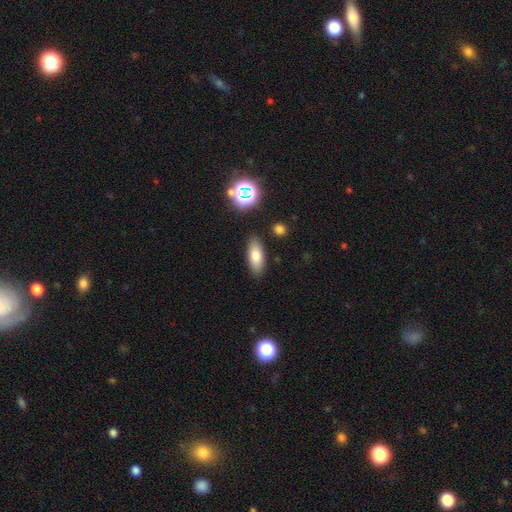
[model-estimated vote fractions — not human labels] This is likely a smooth galaxy (77%). How rounded: likely in between (76%). Merging: clearly none (85%).